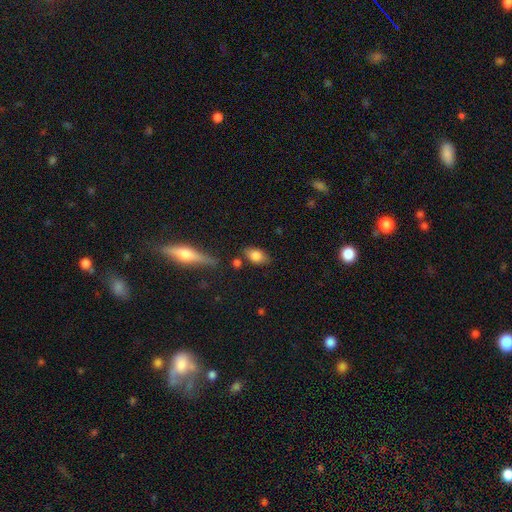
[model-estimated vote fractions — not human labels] smooth 81%, featured or disk 11%, star or artifact 8%. Down the decision tree: how rounded — in between (86%); merging — none (73%).